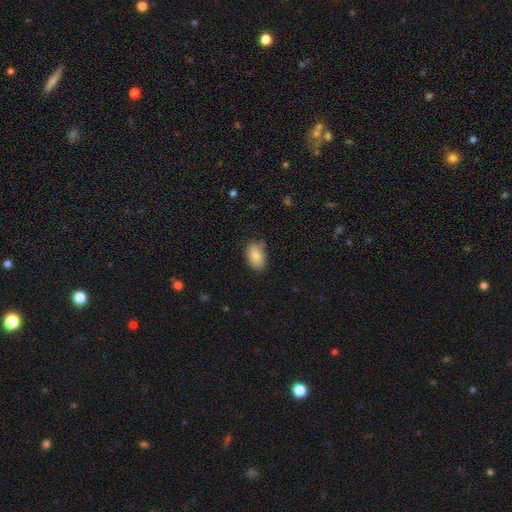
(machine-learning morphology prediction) A smooth galaxy with no disk features (86%) that is in between round and cigar-shaped (90%).

Vote fractions:
- Smooth or featured? smooth: 86% / star or artifact: 8% / featured or disk: 7%
- How rounded? in between: 90% / round: 9% / cigar-shaped: 1%
- Merging? none: 73% / minor disturbance: 21% / major disturbance: 4% / merger: 2%